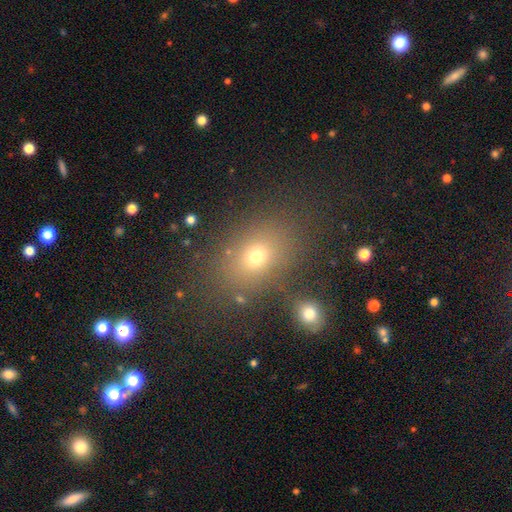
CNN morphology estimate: A smooth galaxy with no disk features (68%) that is in between round and cigar-shaped (65%). Merging: none (75%).